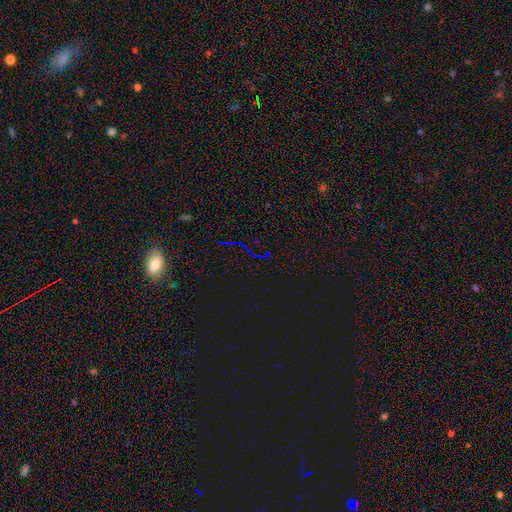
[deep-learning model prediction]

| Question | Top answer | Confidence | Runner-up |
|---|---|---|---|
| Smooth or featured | star or artifact | 80% | smooth (10%) |